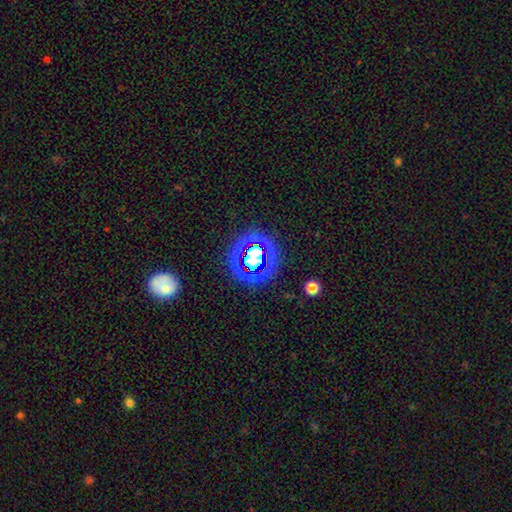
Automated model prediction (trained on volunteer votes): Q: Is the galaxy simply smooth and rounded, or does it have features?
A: star or artifact — 58%.